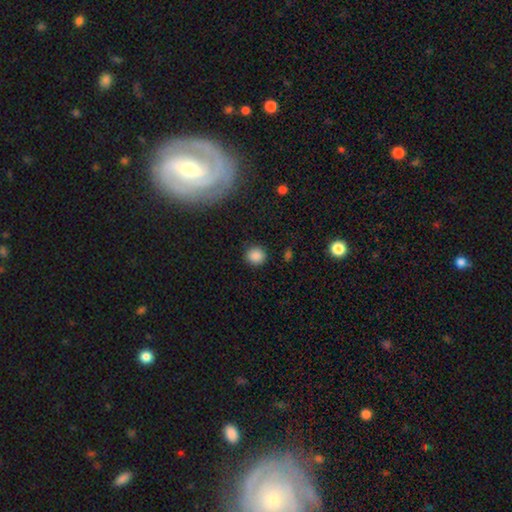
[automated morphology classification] Overall: smooth (85%). How rounded: round (90%). Merging: none (89%).